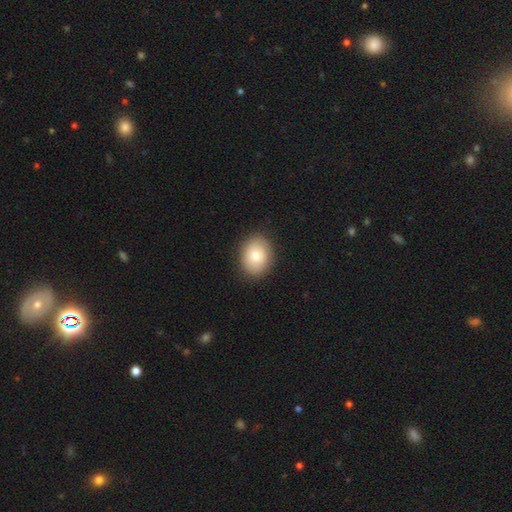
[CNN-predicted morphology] smooth-or-featured: smooth: 76% | featured or disk: 16% | star or artifact: 8%
  how-rounded: in between: 53% | round: 46% | cigar-shaped: 1%
  merging: none: 88% | minor disturbance: 9% | major disturbance: 2% | merger: 1%